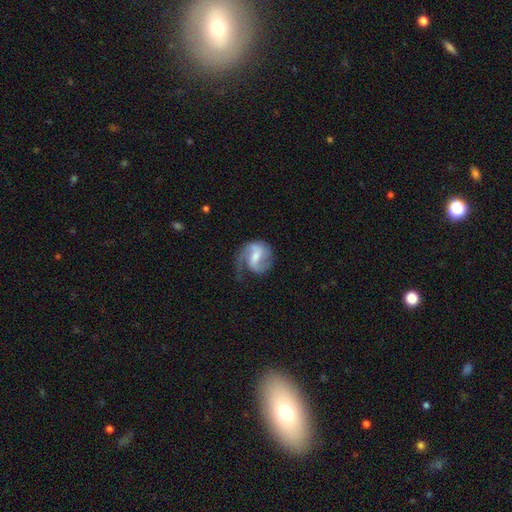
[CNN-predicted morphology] Overall: featured or disk (79%). Edge-on disk: no (98%). Bar: weak (51%; strong 29%). Spiral arms: yes (94%). Spiral arm count: 2 (61%; 1 26%). Spiral winding: medium (47%; loose 29%). Bulge size: small (44%; moderate 43%). Merging: none (49%; minor disturbance 25%).